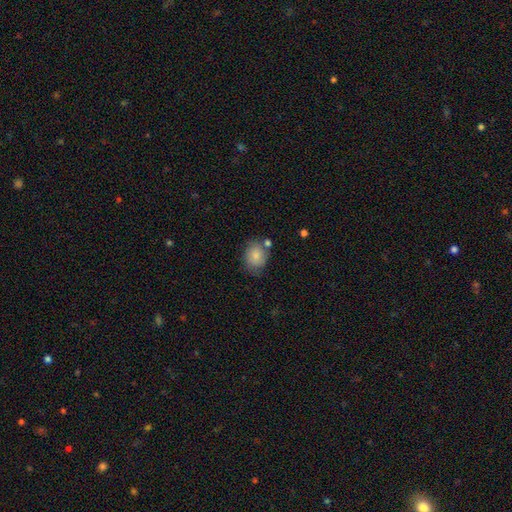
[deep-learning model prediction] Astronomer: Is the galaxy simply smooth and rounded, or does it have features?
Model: smooth — 83%.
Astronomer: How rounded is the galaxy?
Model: round — 50% (runner-up: in between, 49%).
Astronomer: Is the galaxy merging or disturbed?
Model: none — 67%.